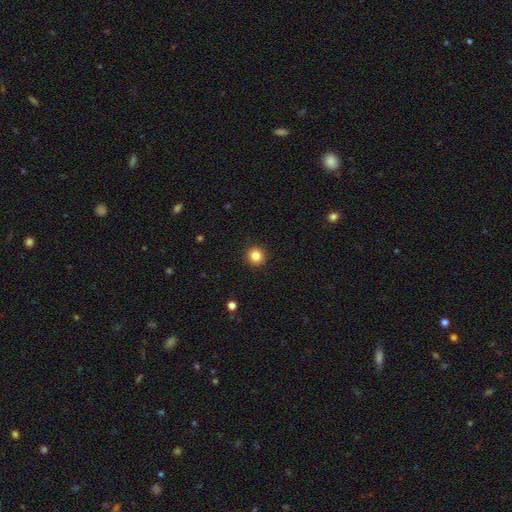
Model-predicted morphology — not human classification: A smooth galaxy with no disk features (84%) that is round (94%).

Vote fractions:
- Smooth or featured? smooth: 84% / star or artifact: 11% / featured or disk: 5%
- How rounded? round: 94% / in between: 5% / cigar-shaped: 1%
- Merging? none: 93% / minor disturbance: 5% / major disturbance: 2% / merger: 1%